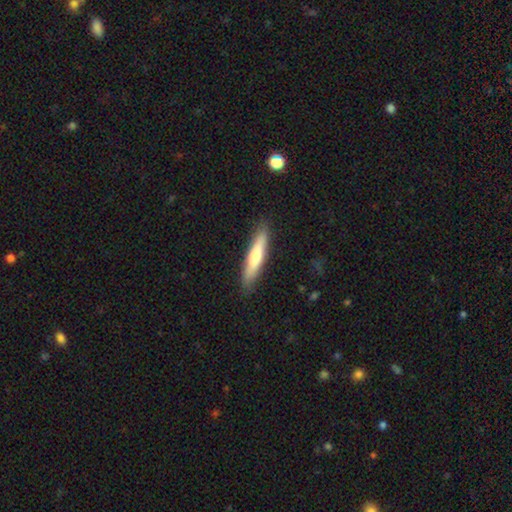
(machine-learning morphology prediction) The model was most divided on "smooth or featured": smooth: 68%, featured or disk: 26%, star or artifact: 5%. More confident: merging — none (88%); how rounded — cigar-shaped (87%).